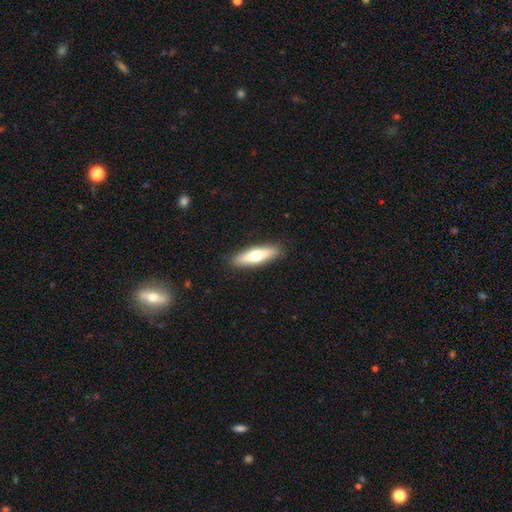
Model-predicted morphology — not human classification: Overall: smooth (57%; featured or disk 38%). How rounded: cigar-shaped (69%; in between 29%). Merging: none (90%).